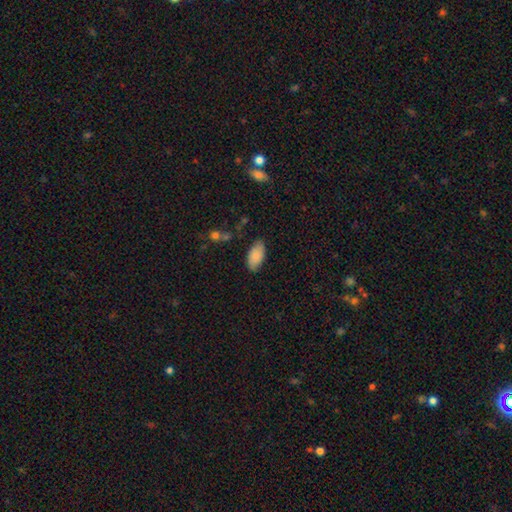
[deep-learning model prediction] This is clearly a smooth galaxy (82%). How rounded: clearly in between (94%). Merging: likely none (79%).